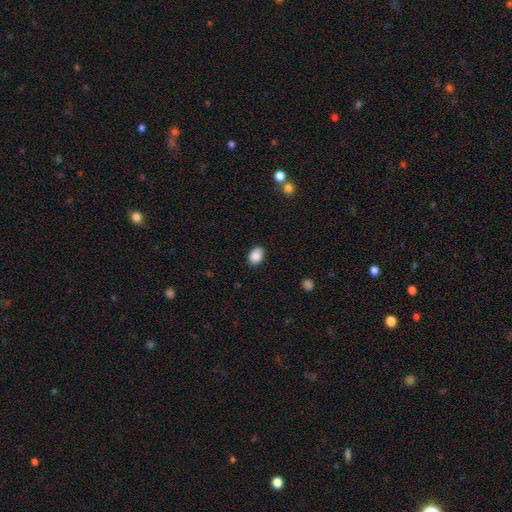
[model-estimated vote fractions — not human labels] smooth 89%, star or artifact 8%, featured or disk 3%. Down the decision tree: how rounded — in between (79%); merging — none (86%).